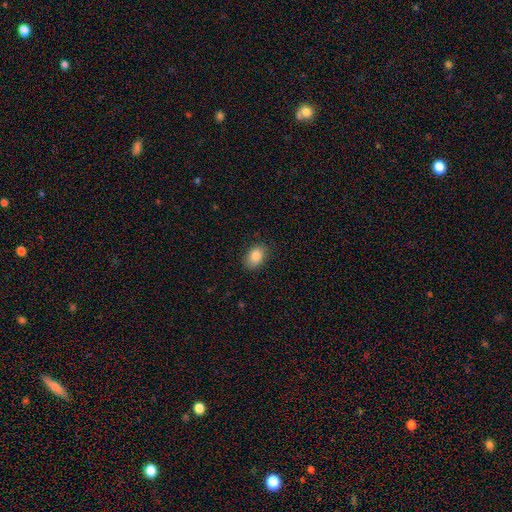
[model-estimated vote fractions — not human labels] This is clearly a smooth galaxy (84%). How rounded: likely in between (80%). Merging: clearly none (85%).